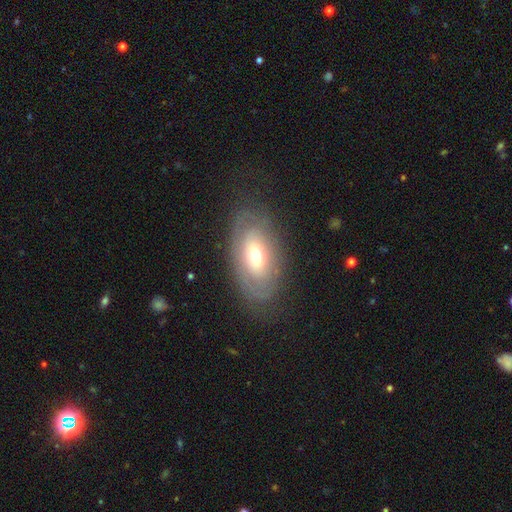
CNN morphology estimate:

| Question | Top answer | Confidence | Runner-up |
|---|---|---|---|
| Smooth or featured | featured or disk | 53% | smooth (40%) |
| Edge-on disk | no | 88% | yes (12%) |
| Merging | none | 74% | minor disturbance (17%) |